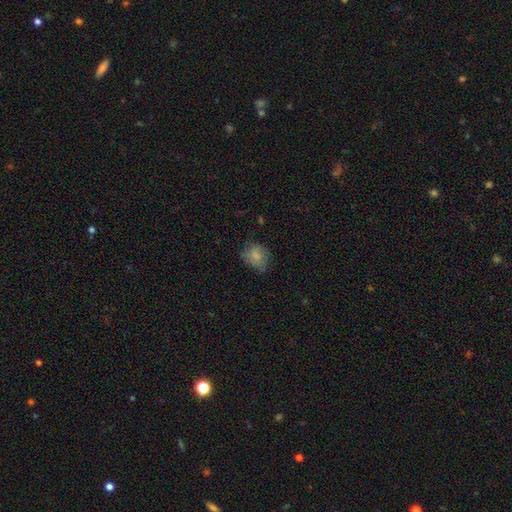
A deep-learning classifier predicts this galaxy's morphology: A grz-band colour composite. It shows a smooth galaxy with no disk features (73%) that is round (56%). Merging: none (61%).